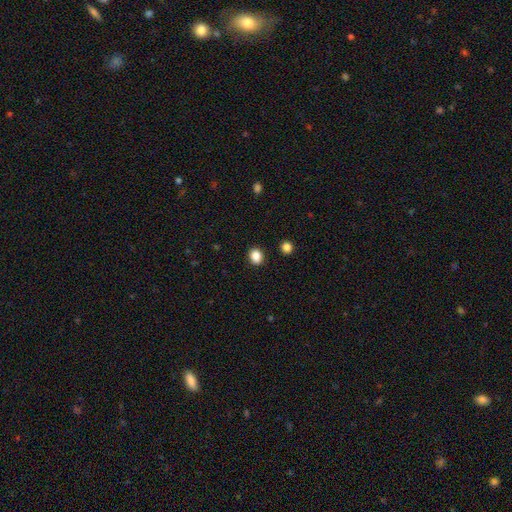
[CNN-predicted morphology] The model was most divided on "how rounded": round: 61%, in between: 38%, cigar-shaped: 1%. More confident: merging — none (89%); smooth or featured — smooth (86%).